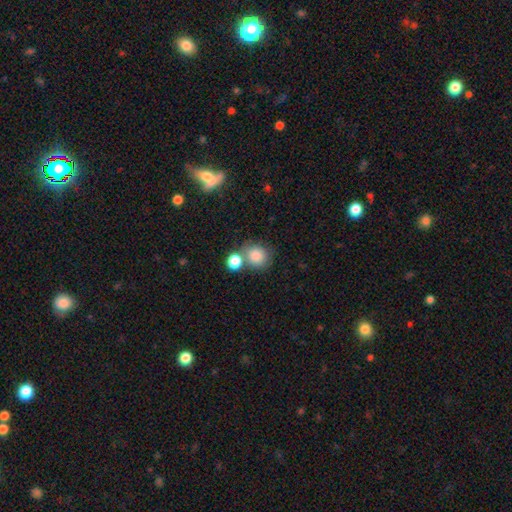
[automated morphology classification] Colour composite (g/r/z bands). It shows a smooth galaxy with no disk features (84%) that is round (80%). Merging: none (54%).